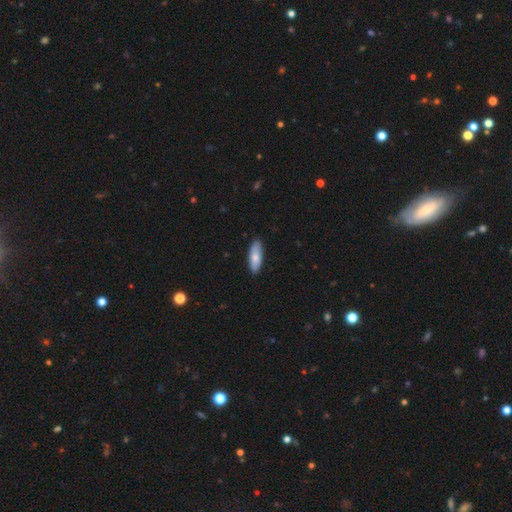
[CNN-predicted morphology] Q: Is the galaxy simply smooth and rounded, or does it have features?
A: smooth — 79%.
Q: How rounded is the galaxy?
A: in between — 66%.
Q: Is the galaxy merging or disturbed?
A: none — 89%.